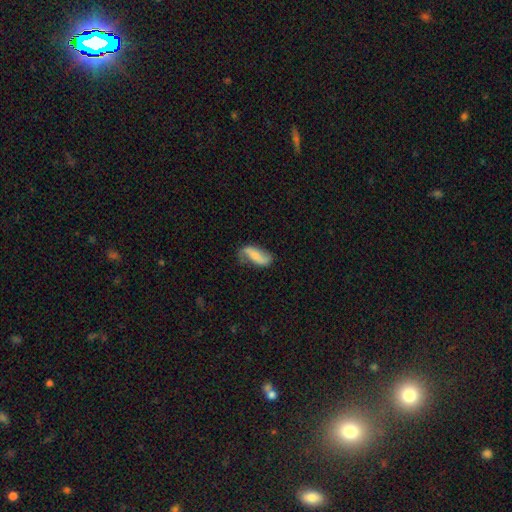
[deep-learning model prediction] This is possibly a featured or disk galaxy (56%). It is clearly not viewed edge-on (92%). Bar: marginally no (39%). Spiral arm pattern: clearly yes (88%). Central bulge: marginally small (42%). Merging: likely none (63%).